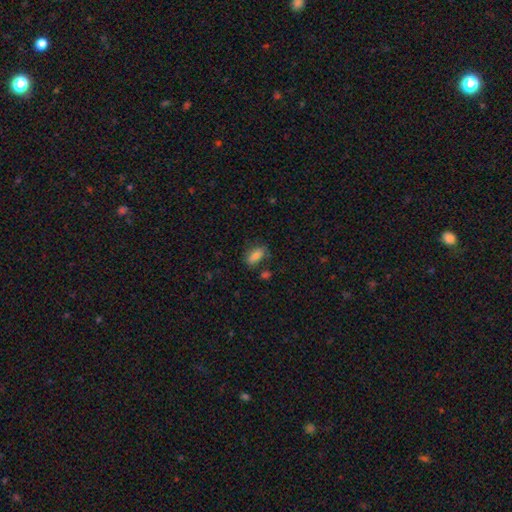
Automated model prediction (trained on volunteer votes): Smooth or featured: smooth — 80% (featured or disk — 11%)
How rounded: in between — 85% (cigar-shaped — 11%)
Merging: none — 68% (minor disturbance — 19%)